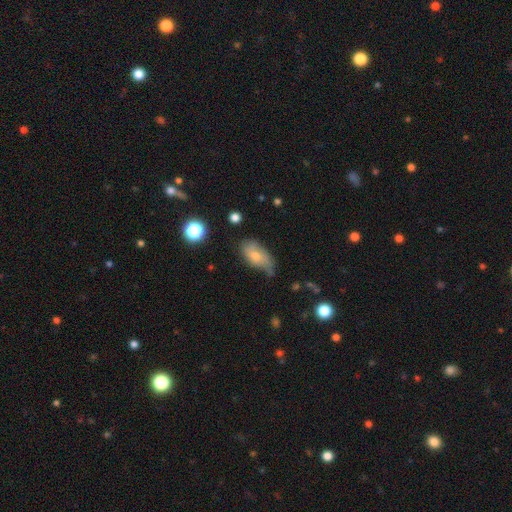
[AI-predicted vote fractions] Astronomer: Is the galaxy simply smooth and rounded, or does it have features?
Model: smooth — 72%.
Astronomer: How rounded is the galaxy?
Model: in between — 91%.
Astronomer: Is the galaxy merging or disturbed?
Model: none — 45% (runner-up: minor disturbance, 39%).